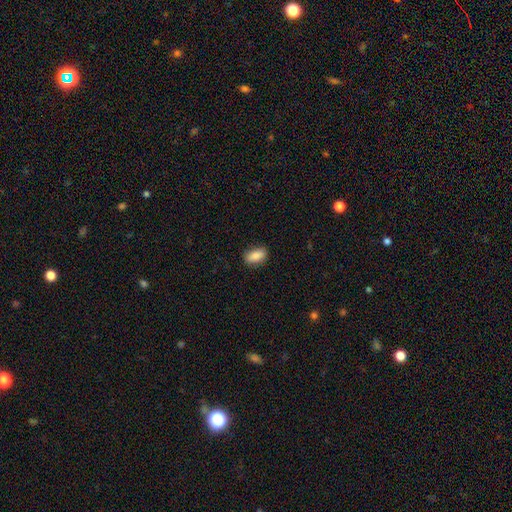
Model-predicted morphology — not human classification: Q: Smooth or featured?
A: smooth (87%); runner-up: star or artifact (7%)
Q: How rounded?
A: in between (89%); runner-up: round (6%)
Q: Merging?
A: none (85%); runner-up: minor disturbance (11%)